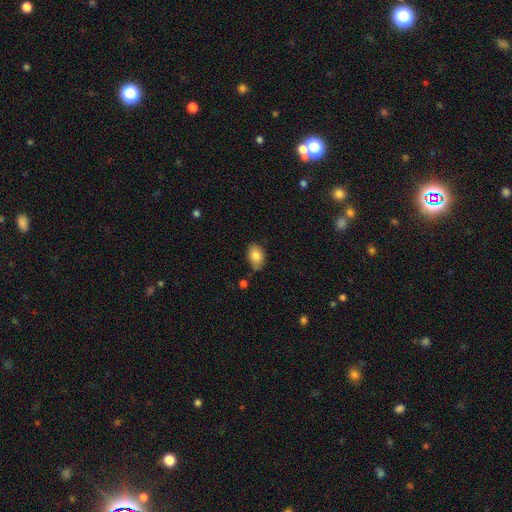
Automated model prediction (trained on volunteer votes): Overall: smooth (84%). How rounded: in between (84%). Merging: none (75%).